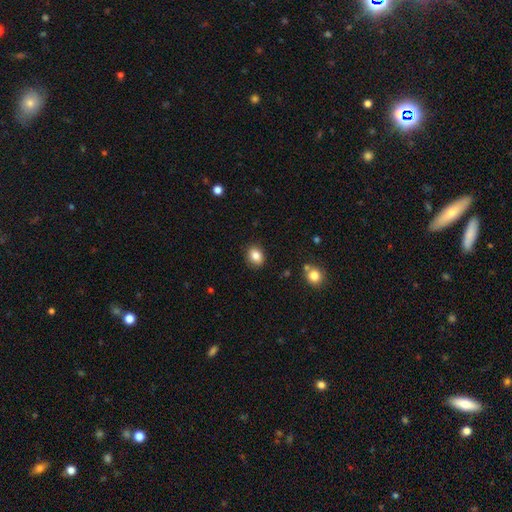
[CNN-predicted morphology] type=smooth (84%); roundness=in between (52%); merging=none (88%).